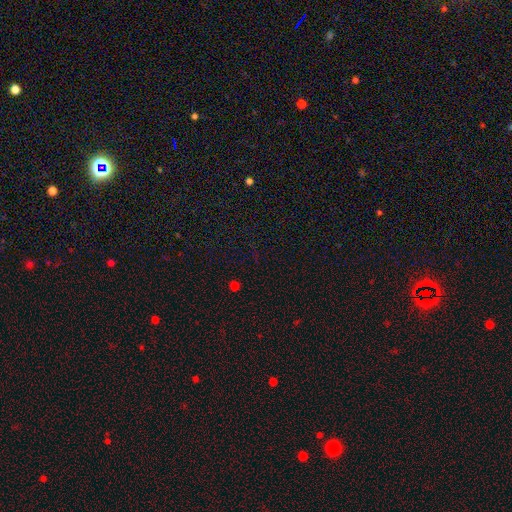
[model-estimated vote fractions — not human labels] A star or artifact, not a galaxy (65%).